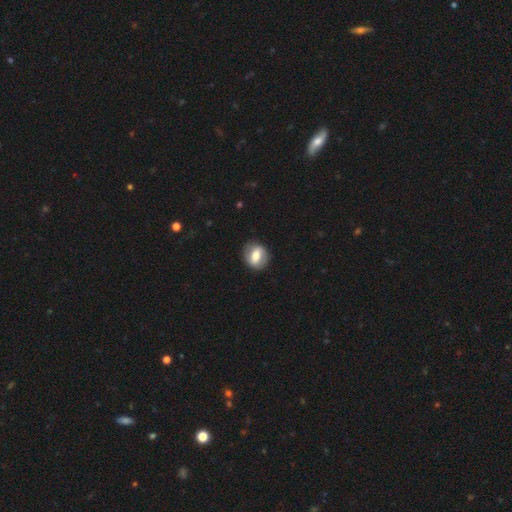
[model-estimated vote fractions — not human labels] smooth_or_featured: smooth (p=0.54) [alt: featured or disk p=0.39]
how_rounded: round (p=0.55) [alt: in between p=0.43]
merging: none (p=0.84) [alt: minor disturbance p=0.11]